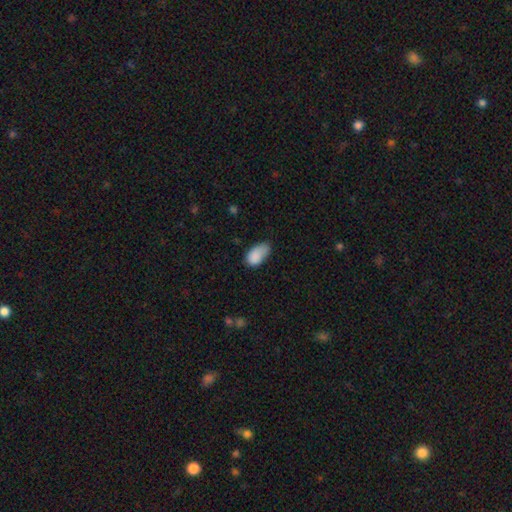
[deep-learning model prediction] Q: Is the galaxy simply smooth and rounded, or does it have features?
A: smooth — 85%.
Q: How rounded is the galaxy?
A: in between — 92%.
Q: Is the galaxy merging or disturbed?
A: minor disturbance — 42%.